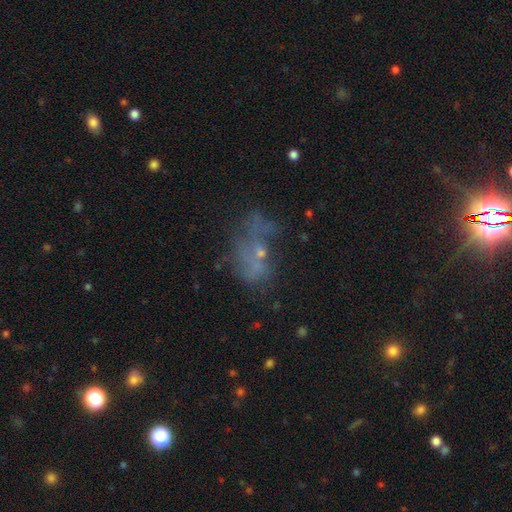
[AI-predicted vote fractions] A featured or disk galaxy (39%).

Vote fractions:
- Smooth or featured? featured or disk: 39% / smooth: 31% / star or artifact: 30%
- Merging? none: 39% / major disturbance: 29% / minor disturbance: 20% / merger: 12%